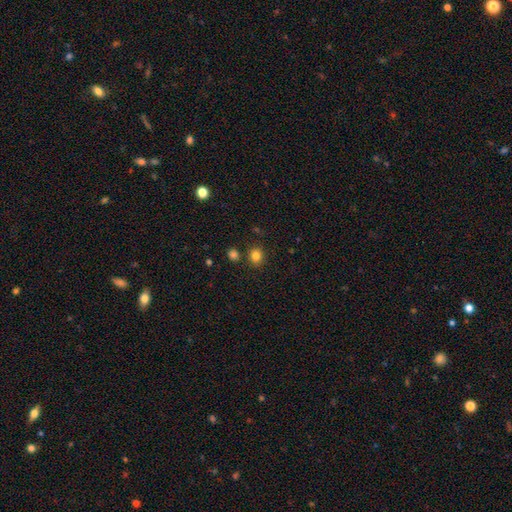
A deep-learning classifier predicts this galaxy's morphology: smooth 83%, star or artifact 13%, featured or disk 5%. Down the decision tree: how rounded — round (73%); merging — none (83%).